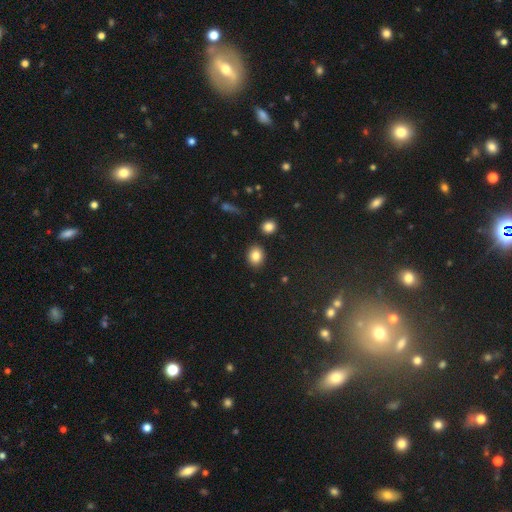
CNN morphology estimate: Smooth or featured: smooth — 85% (star or artifact — 9%)
How rounded: round — 55% (in between — 44%)
Merging: none — 86% (minor disturbance — 8%)